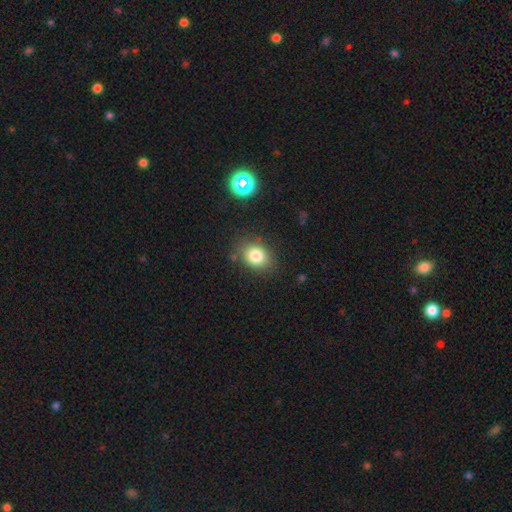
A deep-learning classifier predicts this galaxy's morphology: smooth 81%, star or artifact 12%, featured or disk 7%. Down the decision tree: how rounded — in between (50%); merging — none (81%).